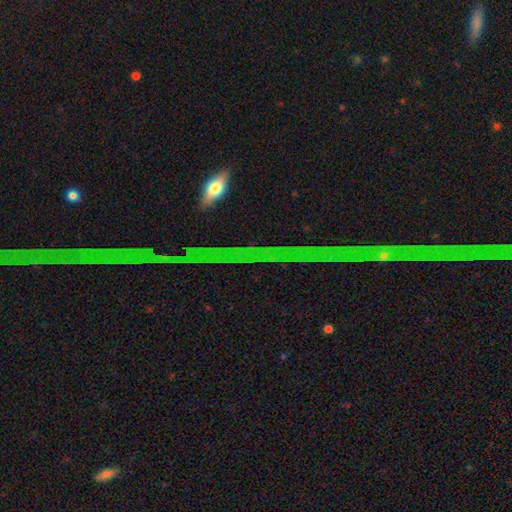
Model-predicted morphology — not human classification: Smooth or featured: star or artifact — 43% (featured or disk — 35%)